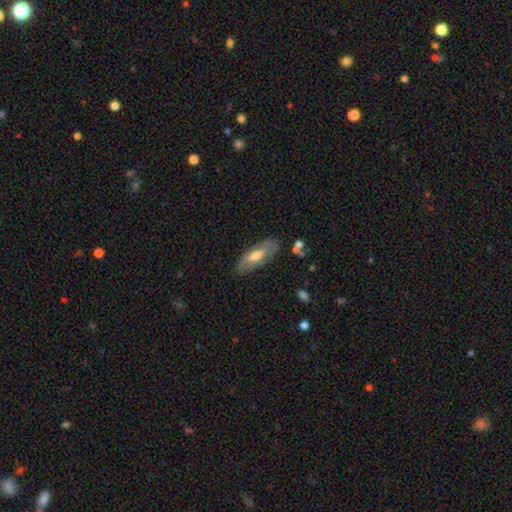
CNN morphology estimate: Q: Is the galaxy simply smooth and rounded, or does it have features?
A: smooth — 50%.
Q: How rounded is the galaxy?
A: in between — 76%.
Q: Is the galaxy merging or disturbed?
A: none — 79%.